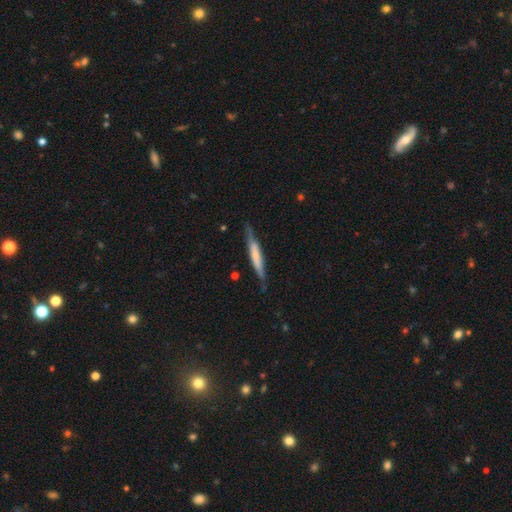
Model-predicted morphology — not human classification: A smooth galaxy with no disk features (50%) that is cigar-shaped (94%). Merging: none (77%).